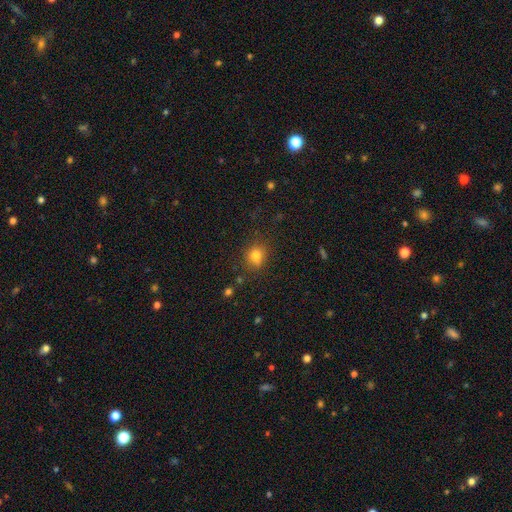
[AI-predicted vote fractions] Smooth or featured: smooth — 79% (star or artifact — 14%)
How rounded: round — 72% (in between — 27%)
Merging: none — 76% (minor disturbance — 15%)